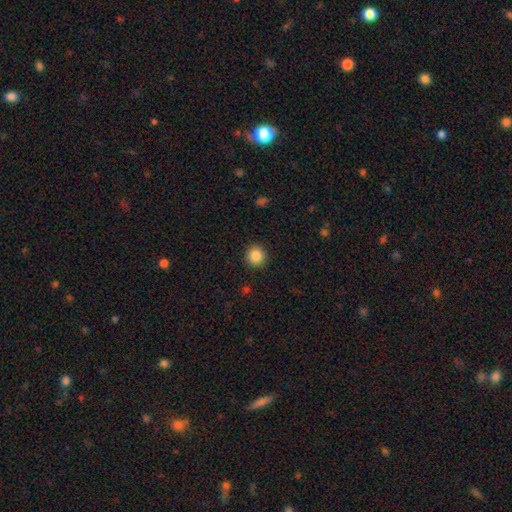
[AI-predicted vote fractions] smooth-or-featured: smooth: 86% | star or artifact: 10% | featured or disk: 4%
  how-rounded: round: 95% | in between: 4% | cigar-shaped: 1%
  merging: none: 93% | minor disturbance: 5% | major disturbance: 2% | merger: 1%